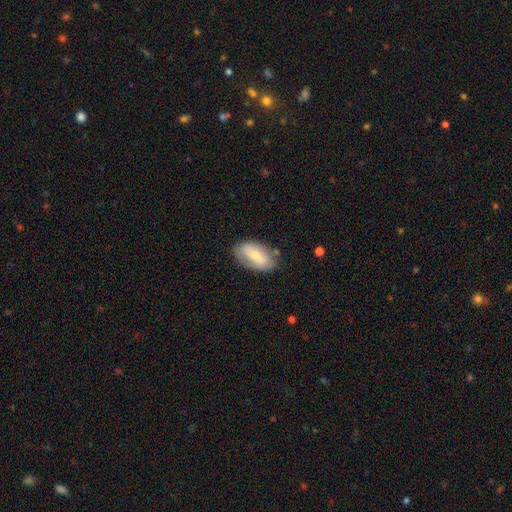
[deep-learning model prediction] Smooth or featured: smooth — 59% (featured or disk — 35%)
How rounded: in between — 93% (round — 4%)
Merging: none — 74% (minor disturbance — 19%)